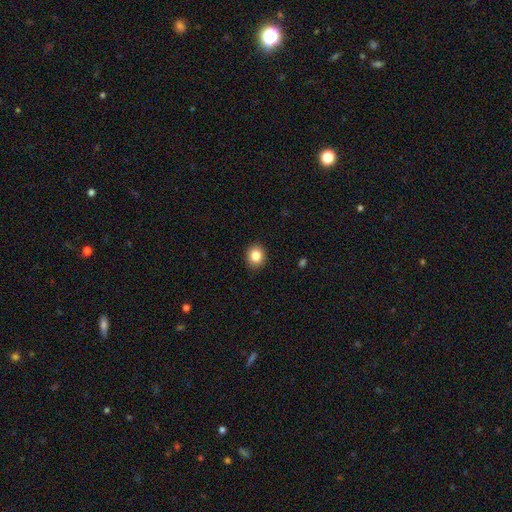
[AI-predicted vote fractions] smooth-or-featured: smooth: 85% | star or artifact: 10% | featured or disk: 5%
  how-rounded: round: 77% | in between: 22% | cigar-shaped: 1%
  merging: none: 91% | minor disturbance: 6% | major disturbance: 2% | merger: 1%